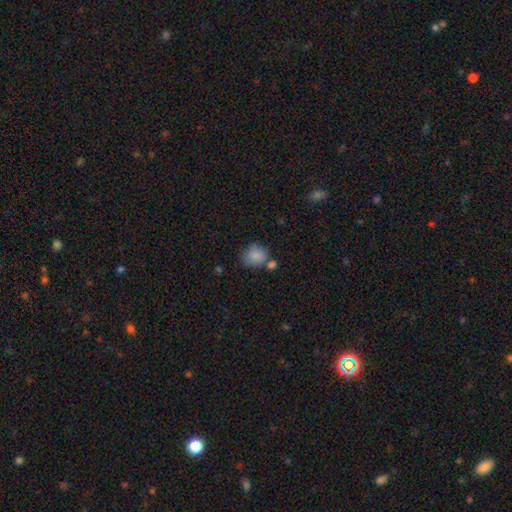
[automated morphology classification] type=smooth (85%); roundness=round (72%); merging=none (57%).